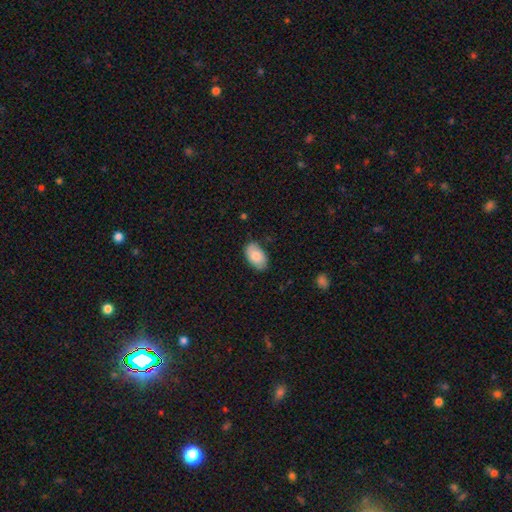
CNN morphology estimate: type=smooth (84%); roundness=in between (93%); merging=none (81%).